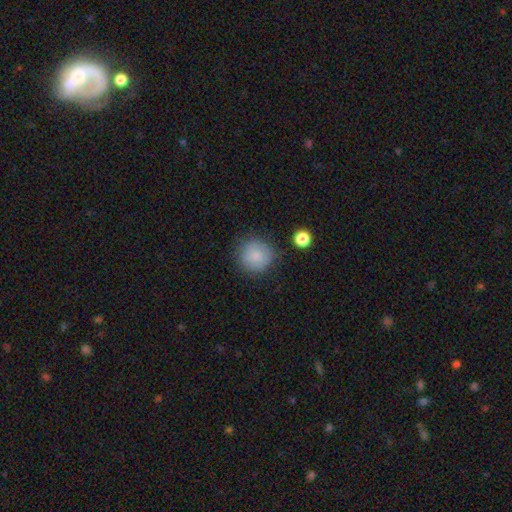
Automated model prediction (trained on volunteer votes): This is clearly a smooth galaxy (84%). How rounded: clearly round (92%). Merging: likely none (80%).